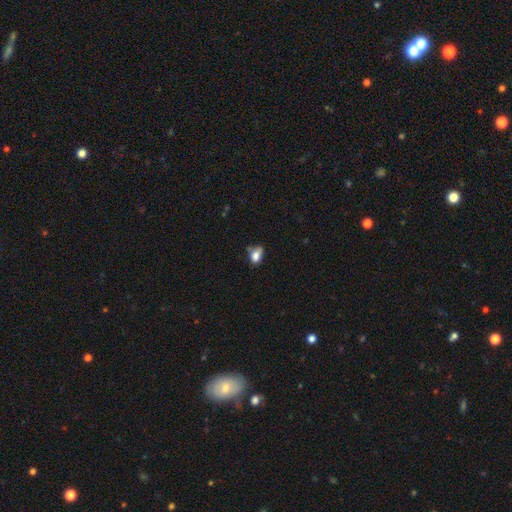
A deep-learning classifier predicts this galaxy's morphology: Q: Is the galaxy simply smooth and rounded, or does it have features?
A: smooth — 78%.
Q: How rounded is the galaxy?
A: in between — 82%.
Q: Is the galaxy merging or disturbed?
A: none — 44%.